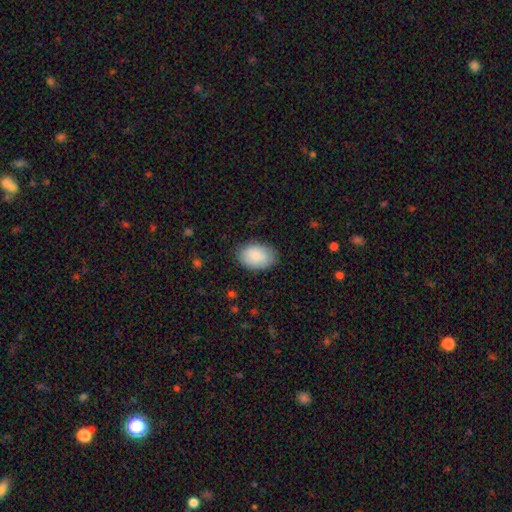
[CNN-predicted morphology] Smooth or featured?
  - smooth: 87% *
  - featured or disk: 6%
  - star or artifact: 6%
How rounded?
  - in between: 89% *
  - round: 10%
  - cigar-shaped: 1%
Merging?
  - none: 81% *
  - minor disturbance: 14%
  - major disturbance: 3%
  - merger: 1%